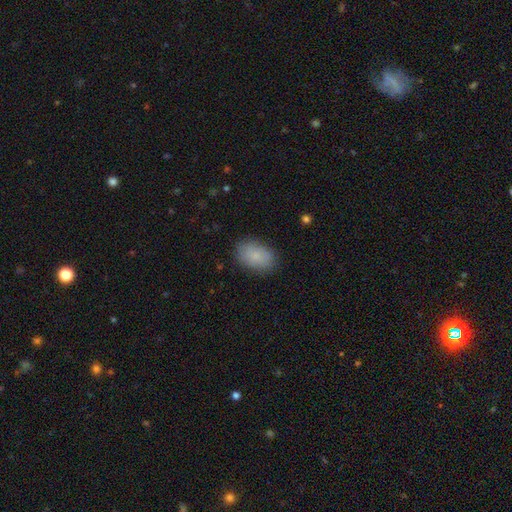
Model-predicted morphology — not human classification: smooth 86%, featured or disk 7%, star or artifact 7%. Down the decision tree: how rounded — in between (87%); merging — none (84%).